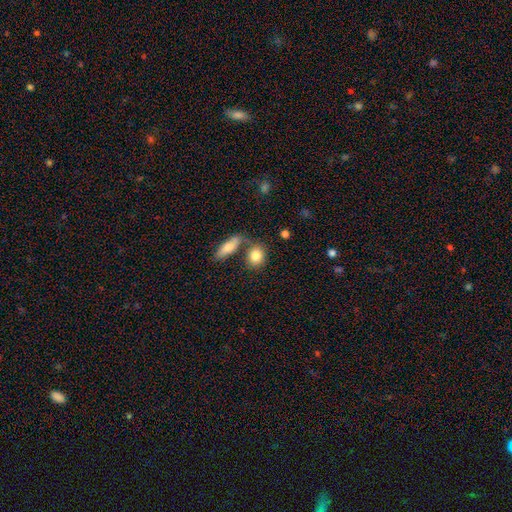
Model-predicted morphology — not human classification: Q: Smooth or featured?
A: smooth (83%); runner-up: featured or disk (10%)
Q: How rounded?
A: round (52%); runner-up: in between (44%)
Q: Merging?
A: none (58%); runner-up: merger (25%)